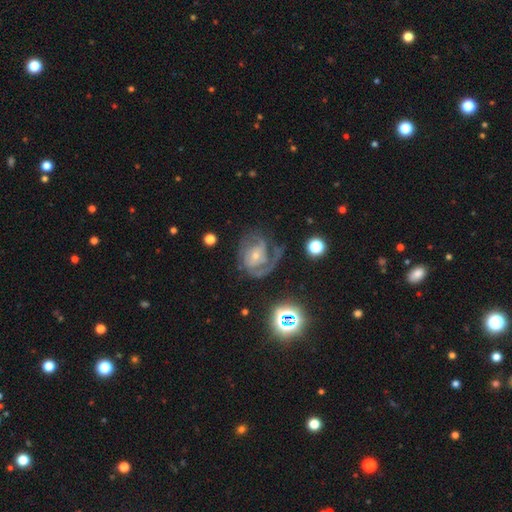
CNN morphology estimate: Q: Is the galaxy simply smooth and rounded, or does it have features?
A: featured or disk — 84%.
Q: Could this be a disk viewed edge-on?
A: no — 98%.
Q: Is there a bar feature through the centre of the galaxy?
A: no — 53%.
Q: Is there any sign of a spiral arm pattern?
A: yes — 93%.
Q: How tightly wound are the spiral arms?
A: medium — 46%.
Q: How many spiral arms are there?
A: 2 — 45%.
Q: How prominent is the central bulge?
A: small — 62%.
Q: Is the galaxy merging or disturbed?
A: none — 52%.